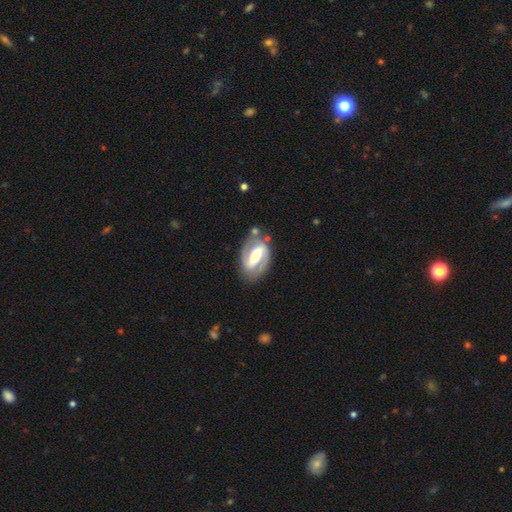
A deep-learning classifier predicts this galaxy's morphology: featured or disk 82%, smooth 13%, star or artifact 5%. Down the decision tree: edge-on disk — no (96%); bar — strong (62%); spiral arms — yes (91%); spiral arm count — 2 (88%); spiral winding — medium (46%); bulge size — moderate (44%); merging — none (75%).